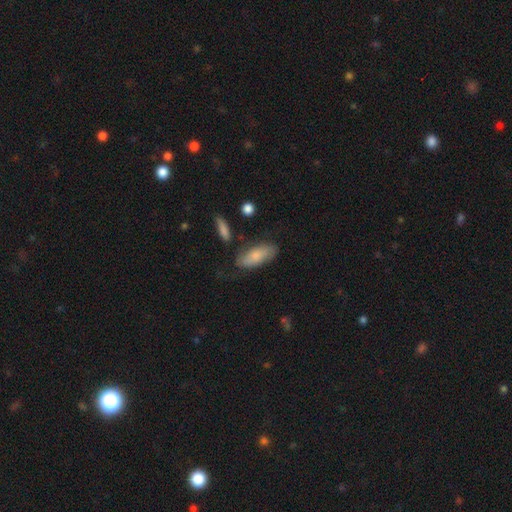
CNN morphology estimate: smooth-or-featured: smooth: 73% | featured or disk: 21% | star or artifact: 6%
  how-rounded: in between: 84% | cigar-shaped: 14% | round: 2%
  merging: none: 69% | minor disturbance: 21% | major disturbance: 6% | merger: 4%